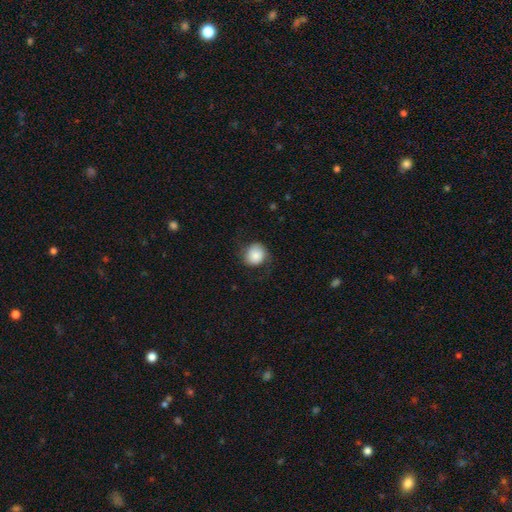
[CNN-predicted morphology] Smooth or featured? Predicted: smooth (p=0.76). How rounded? Predicted: round (p=0.76). Merging? Predicted: none (p=0.69).